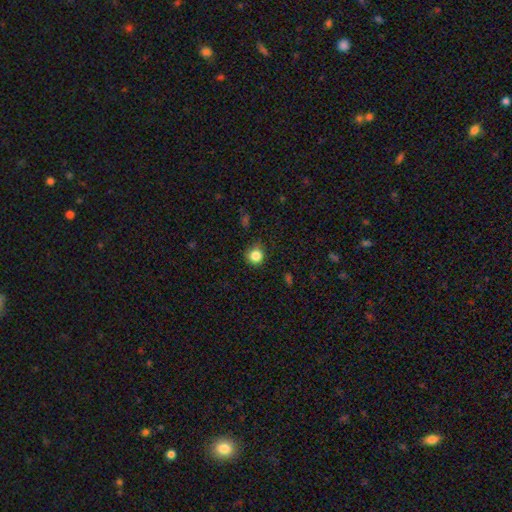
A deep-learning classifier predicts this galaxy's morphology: This appears to be a smooth galaxy with no disk features (84%) that is round (90%). Merging: none (83%).